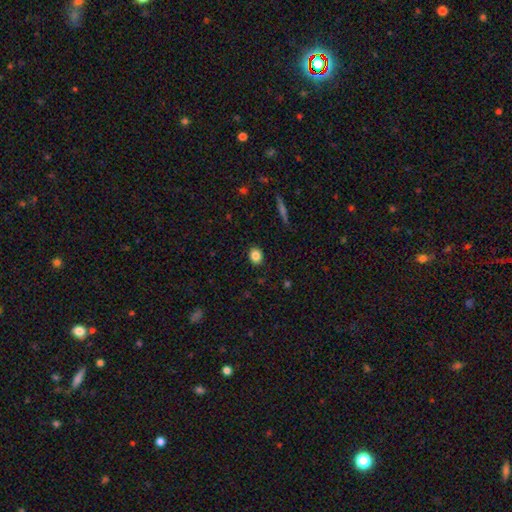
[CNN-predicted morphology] A smooth galaxy with no disk features (84%) that is round (64%).

Vote fractions:
- Smooth or featured? smooth: 84% / star or artifact: 10% / featured or disk: 6%
- How rounded? round: 64% / in between: 35% / cigar-shaped: 1%
- Merging? none: 90% / minor disturbance: 7% / major disturbance: 2% / merger: 1%